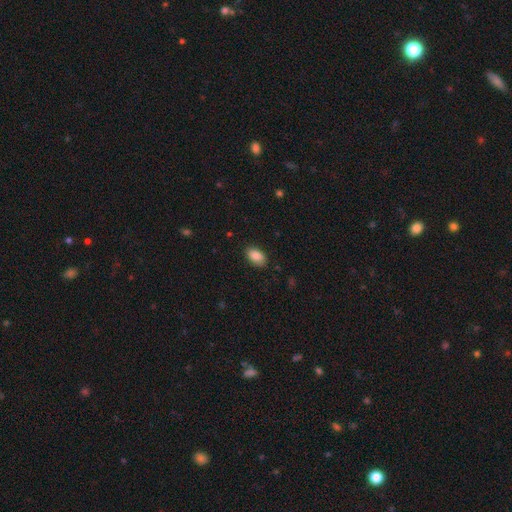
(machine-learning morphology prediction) Q: Smooth or featured?
A: smooth (86%); runner-up: star or artifact (7%)
Q: How rounded?
A: in between (92%); runner-up: round (7%)
Q: Merging?
A: none (86%); runner-up: minor disturbance (11%)